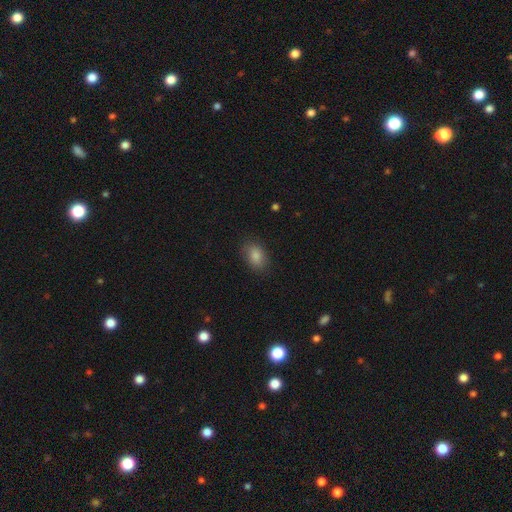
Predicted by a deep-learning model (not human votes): The model was most divided on "how rounded": in between: 85%, round: 13%, cigar-shaped: 2%. More confident: smooth or featured — smooth (86%); merging — none (84%).